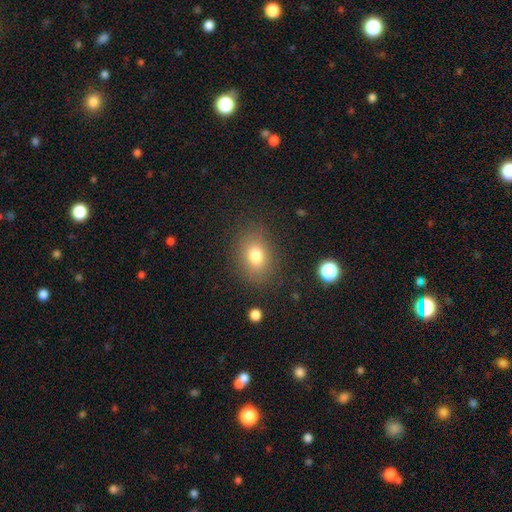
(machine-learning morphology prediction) A smooth galaxy with no disk features (78%) that is in between round and cigar-shaped (64%).

Vote fractions:
- Smooth or featured? smooth: 78% / star or artifact: 12% / featured or disk: 10%
- How rounded? in between: 64% / round: 35% / cigar-shaped: 1%
- Merging? none: 83% / minor disturbance: 11% / major disturbance: 4% / merger: 1%